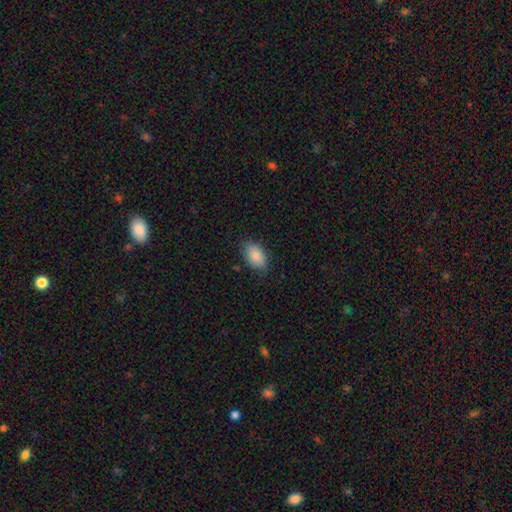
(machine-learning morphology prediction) smooth-or-featured: smooth: 88% | star or artifact: 7% | featured or disk: 5%
  how-rounded: in between: 91% | round: 7% | cigar-shaped: 2%
  merging: none: 79% | minor disturbance: 16% | major disturbance: 3% | merger: 1%